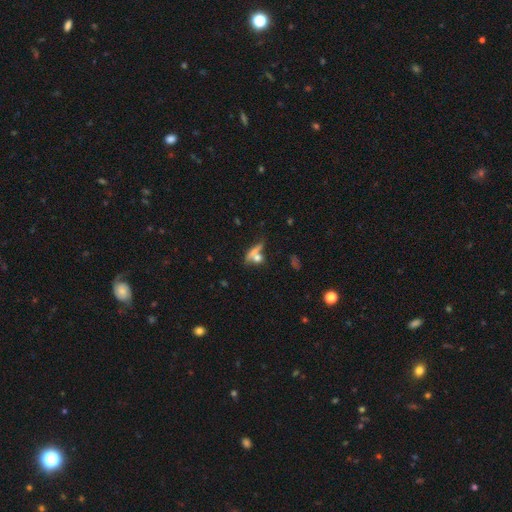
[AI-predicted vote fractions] This is likely a smooth galaxy (62%). How rounded: marginally in between (38%). Merging: marginally none (42%).